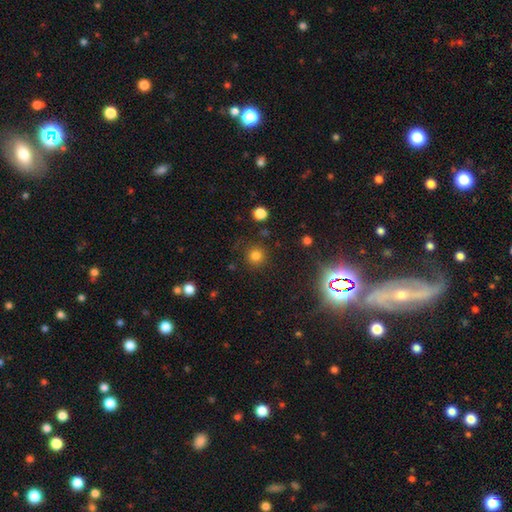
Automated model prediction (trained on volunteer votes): smooth 77%, star or artifact 17%, featured or disk 6%. Down the decision tree: how rounded — round (94%); merging — none (87%).